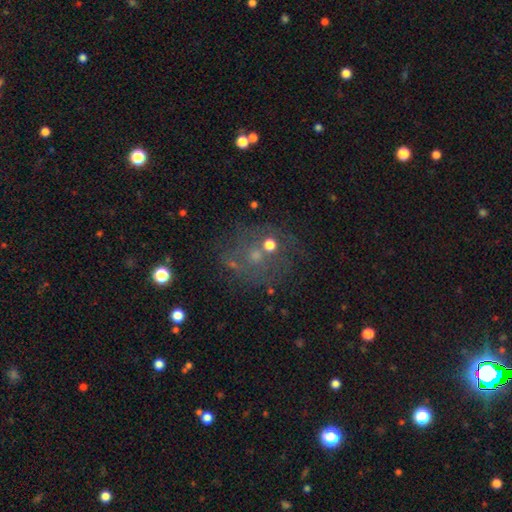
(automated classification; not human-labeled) The model was most divided on "smooth or featured": smooth: 35%, featured or disk: 34%, star or artifact: 31%. More confident: merging — none (57%).